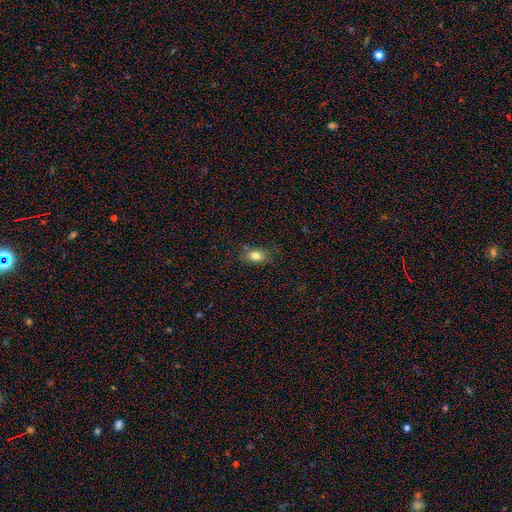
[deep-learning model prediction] The model was most divided on "how rounded": in between: 76%, round: 22%, cigar-shaped: 2%. More confident: smooth or featured — smooth (81%); merging — none (79%).